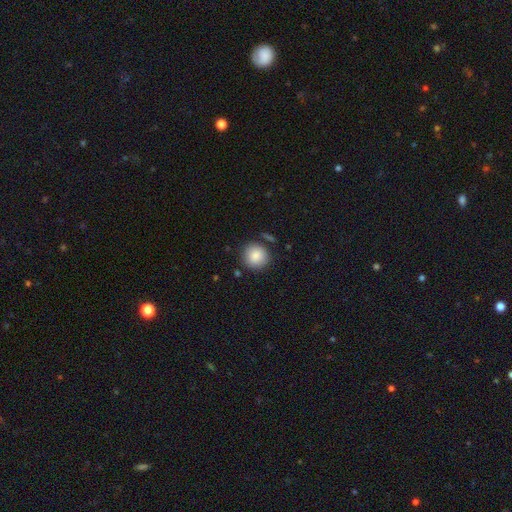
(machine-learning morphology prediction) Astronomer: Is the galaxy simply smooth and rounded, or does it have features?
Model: smooth — 87%.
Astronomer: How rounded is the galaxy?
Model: round — 92%.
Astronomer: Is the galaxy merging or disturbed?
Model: none — 83%.